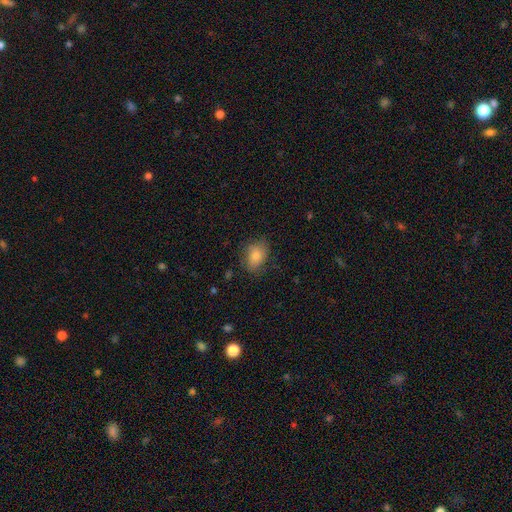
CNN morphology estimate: smooth 76%, featured or disk 14%, star or artifact 10%. Down the decision tree: how rounded — in between (73%); merging — none (72%).